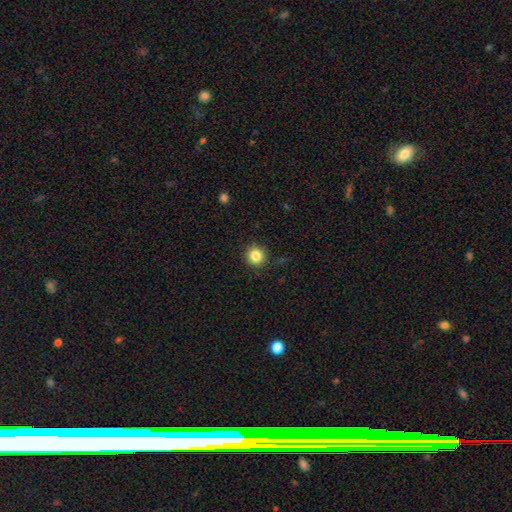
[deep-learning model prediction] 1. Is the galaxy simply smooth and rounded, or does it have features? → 84% smooth, 11% star or artifact, 5% featured or disk.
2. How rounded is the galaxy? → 93% round, 6% in between, 1% cigar-shaped.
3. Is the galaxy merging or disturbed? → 91% none, 6% minor disturbance, 2% major disturbance, 1% merger.